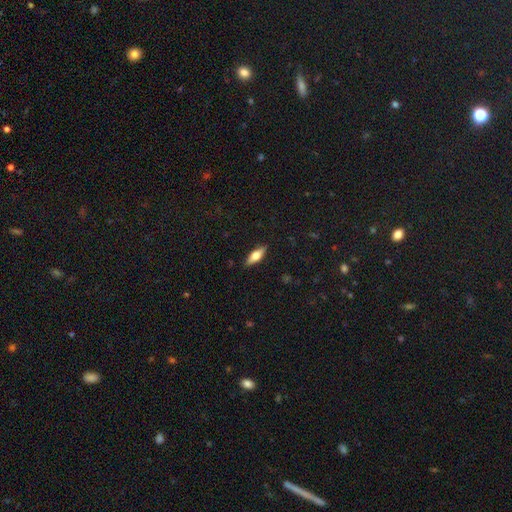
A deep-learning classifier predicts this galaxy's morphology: The model was most divided on "smooth or featured": smooth: 49%, featured or disk: 44%, star or artifact: 6%. More confident: merging — none (89%).